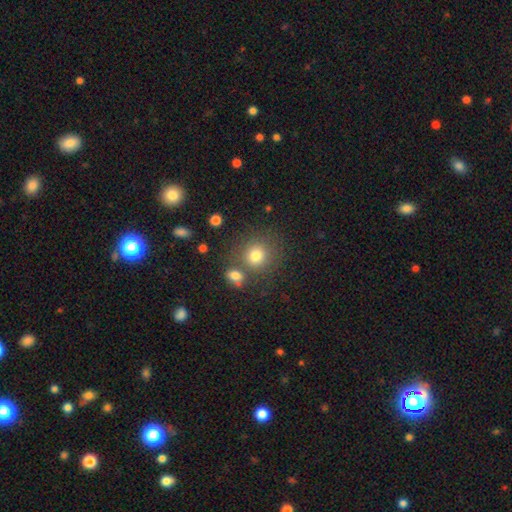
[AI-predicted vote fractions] The model was most divided on "merging": none: 67%, merger: 18%, minor disturbance: 10%, major disturbance: 4%. More confident: how rounded — round (84%); smooth or featured — smooth (79%).